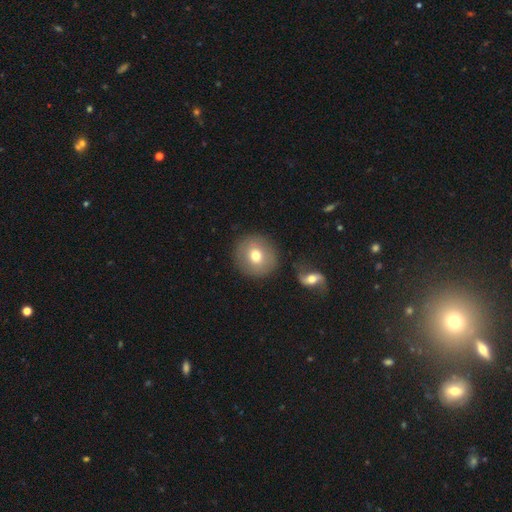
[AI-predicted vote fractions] Smooth or featured?
  - smooth: 68% *
  - featured or disk: 23%
  - star or artifact: 9%
How rounded?
  - round: 92% *
  - in between: 7%
  - cigar-shaped: 1%
Merging?
  - none: 83% *
  - minor disturbance: 8%
  - merger: 5%
  - major disturbance: 3%